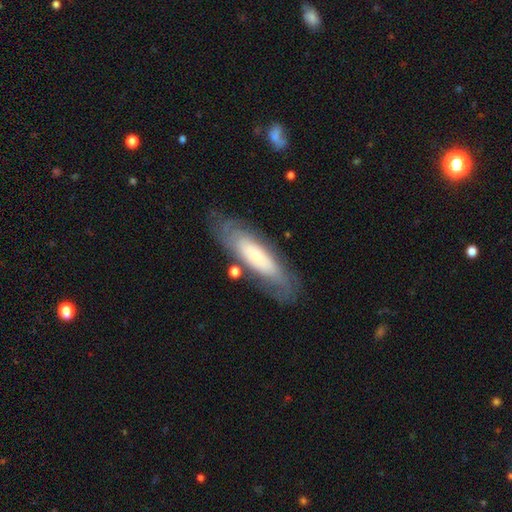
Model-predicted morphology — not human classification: type=featured or disk (53%); edge-on=no (71%); merging=none (73%).